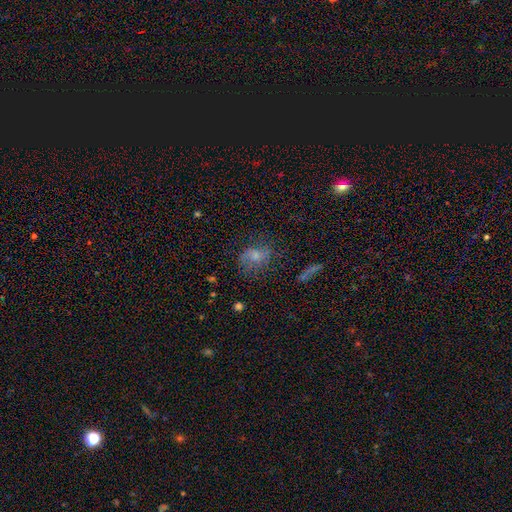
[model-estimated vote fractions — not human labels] A smooth galaxy with no disk features (55%) that is in between round and cigar-shaped (56%).

Vote fractions:
- Smooth or featured? smooth: 55% / featured or disk: 30% / star or artifact: 15%
- How rounded? in between: 56% / round: 42% / cigar-shaped: 2%
- Merging? none: 51% / minor disturbance: 24% / major disturbance: 22% / merger: 3%